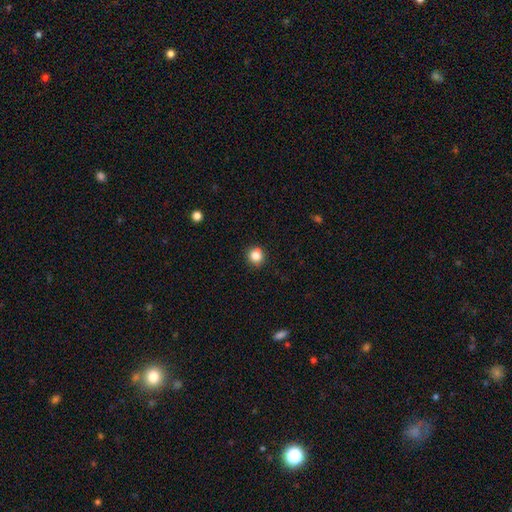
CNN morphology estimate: type=smooth (84%); roundness=round (91%); merging=none (91%).